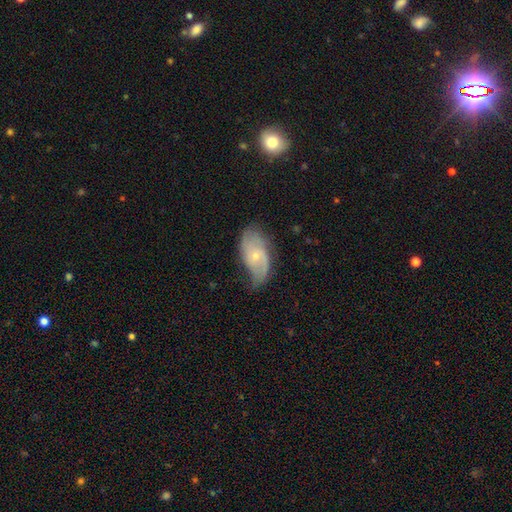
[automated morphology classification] smooth-or-featured: featured or disk: 66% | smooth: 27% | star or artifact: 7%
  disk-edge-on: no: 95% | yes: 5%
    bar: no: 68% | weak: 27% | strong: 5%
    has-spiral-arms: yes: 85% | no: 15%
      spiral-winding: medium: 39% (tied) | loose: 39% (tied) | tight: 22%
      spiral-arm-count: 2: 65% | can't tell: 20% | 1: 8% | 3: 4% | 4: 2% | more than 4: 2%
    bulge-size: small: 70% | moderate: 26% | none: 2% | large: 1% | dominant: 1%
  merging: none: 50% | minor disturbance: 34% | major disturbance: 14% | merger: 2%